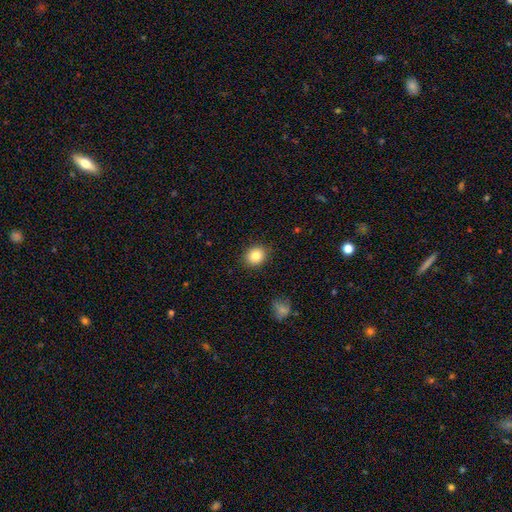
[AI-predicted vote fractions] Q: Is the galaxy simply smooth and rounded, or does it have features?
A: smooth — 84%.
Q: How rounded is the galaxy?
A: round — 66%.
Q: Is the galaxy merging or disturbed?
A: none — 89%.